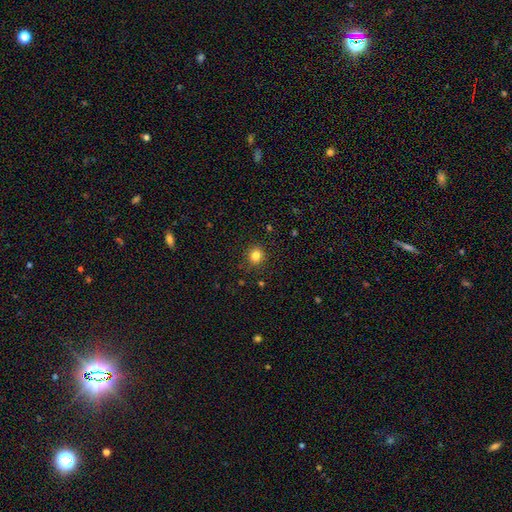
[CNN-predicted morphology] Smooth or featured?
  - smooth: 83% *
  - star or artifact: 12%
  - featured or disk: 5%
How rounded?
  - round: 86% *
  - in between: 13%
  - cigar-shaped: 1%
Merging?
  - none: 89% *
  - minor disturbance: 7%
  - major disturbance: 2%
  - merger: 1%